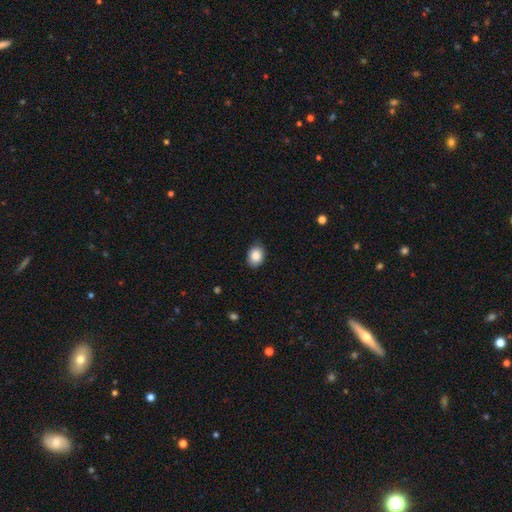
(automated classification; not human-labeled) A smooth galaxy with no disk features (87%) that is in between round and cigar-shaped (68%). Merging: none (83%).